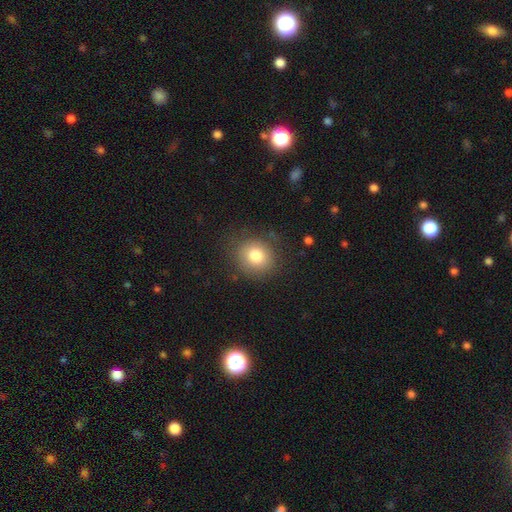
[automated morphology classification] A smooth galaxy with no disk features (81%) that is round (80%). Merging: none (82%).